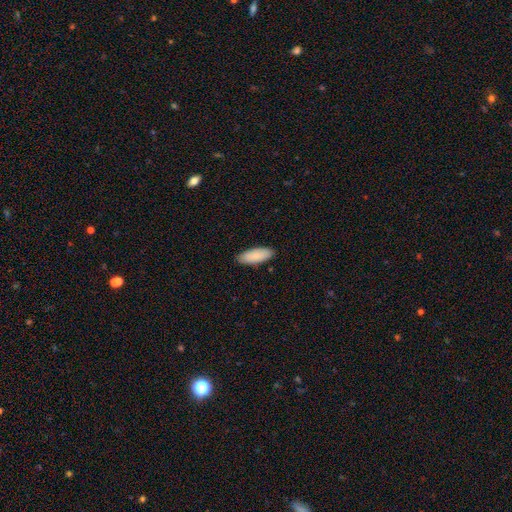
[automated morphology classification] A smooth galaxy with no disk features (83%) that is in between round and cigar-shaped (80%). Merging: none (89%).